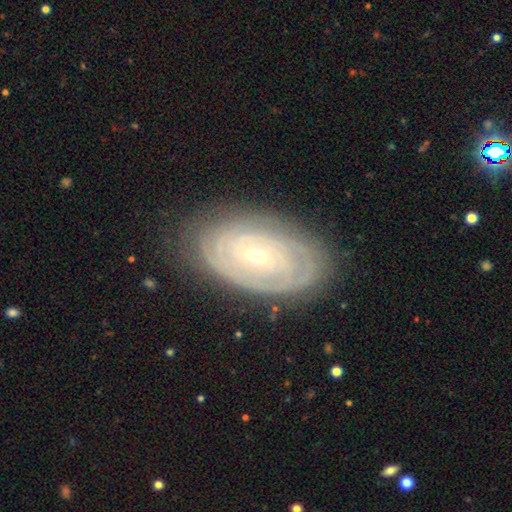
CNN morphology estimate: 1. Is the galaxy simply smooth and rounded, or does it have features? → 81% featured or disk, 13% smooth, 6% star or artifact.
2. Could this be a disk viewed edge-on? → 94% no, 6% yes.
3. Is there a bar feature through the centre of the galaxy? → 57% no, 31% weak, 12% strong.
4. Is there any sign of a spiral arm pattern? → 89% yes, 11% no.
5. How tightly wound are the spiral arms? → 84% tight, 12% medium, 3% loose.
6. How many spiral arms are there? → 48% can't tell, 19% 2, 12% 3, 9% 4, 6% more than 4, 5% 1.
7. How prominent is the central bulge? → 68% small, 29% moderate, 1% large, 1% none, 1% dominant.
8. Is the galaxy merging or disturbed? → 79% none, 15% minor disturbance, 4% major disturbance, 1% merger.